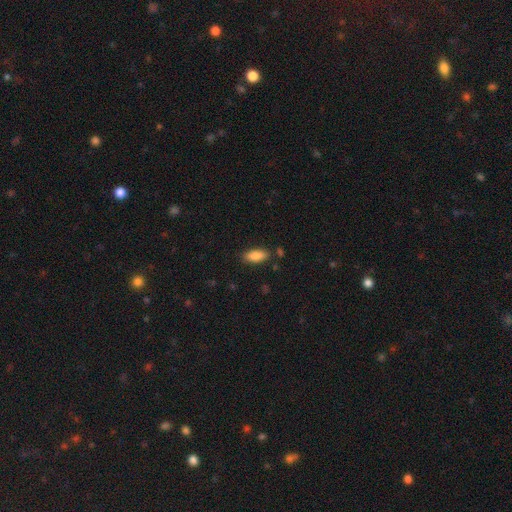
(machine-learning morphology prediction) This is clearly a smooth galaxy (86%). How rounded: clearly in between (83%). Merging: clearly none (83%).